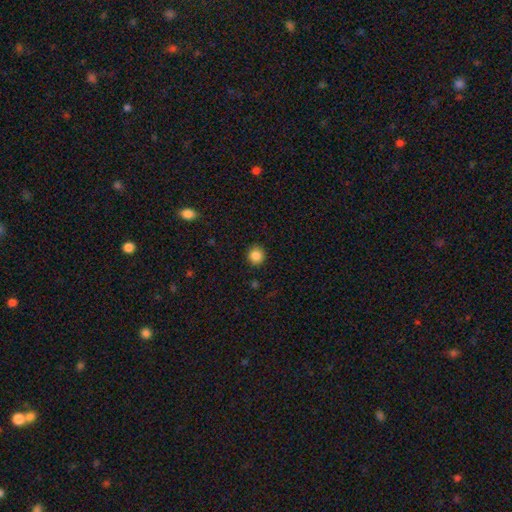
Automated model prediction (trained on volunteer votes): smooth-or-featured: smooth: 86% | star or artifact: 10% | featured or disk: 4%
  how-rounded: round: 94% | in between: 5% | cigar-shaped: 1%
  merging: none: 91% | minor disturbance: 6% | major disturbance: 2% | merger: 1%